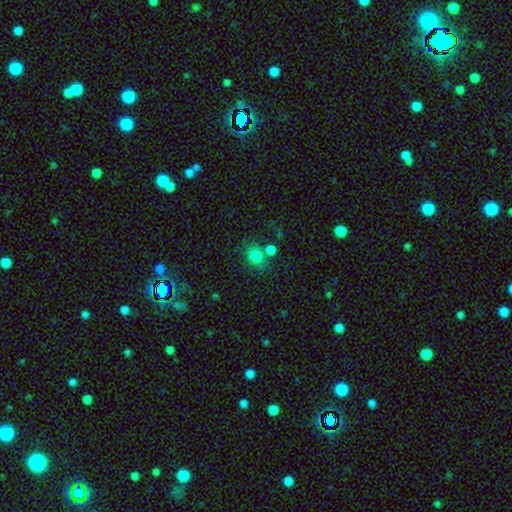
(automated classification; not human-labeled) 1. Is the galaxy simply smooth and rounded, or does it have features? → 81% smooth, 12% star or artifact, 7% featured or disk.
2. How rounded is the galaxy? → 70% round, 29% in between, 1% cigar-shaped.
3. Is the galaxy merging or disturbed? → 62% none, 21% merger, 12% minor disturbance, 5% major disturbance.